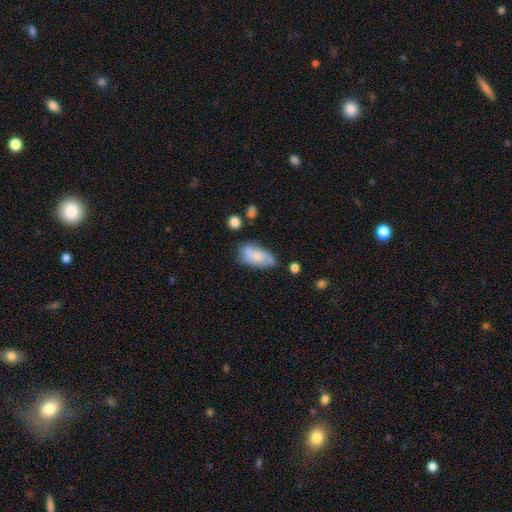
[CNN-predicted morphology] type=smooth (67%); roundness=in between (91%); merging=none (48%).